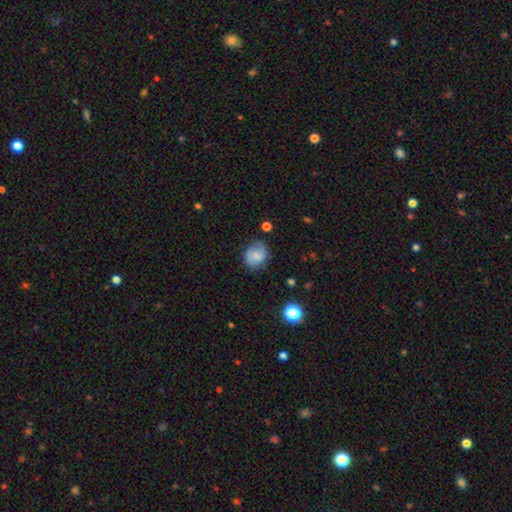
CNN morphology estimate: smooth 63%, featured or disk 27%, star or artifact 10%. Down the decision tree: how rounded — round (59%); merging — none (70%).